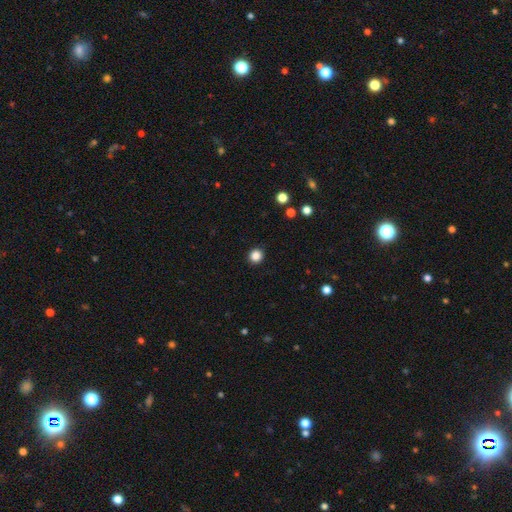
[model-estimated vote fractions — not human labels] Smooth or featured: smooth — 85% (star or artifact — 12%)
How rounded: round — 92% (in between — 7%)
Merging: none — 92% (minor disturbance — 5%)